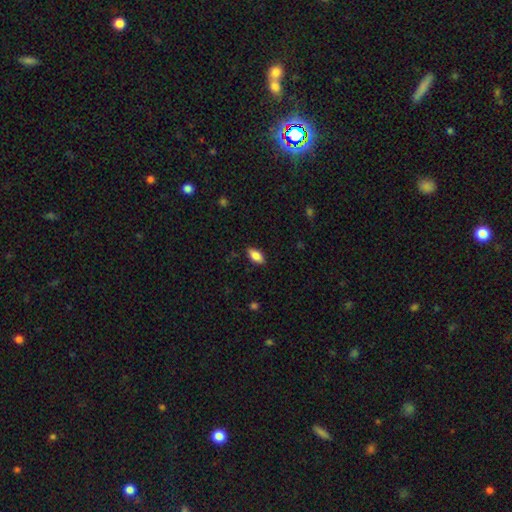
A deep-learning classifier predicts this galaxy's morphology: smooth_or_featured: smooth (p=0.83) [alt: featured or disk p=0.10]
how_rounded: in between (p=0.89) [alt: cigar-shaped p=0.08]
merging: none (p=0.86) [alt: minor disturbance p=0.10]